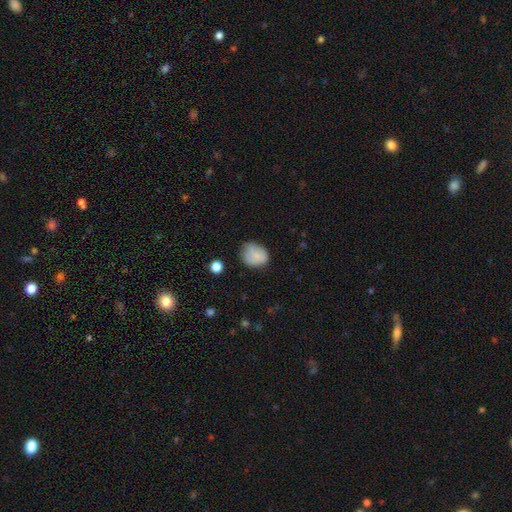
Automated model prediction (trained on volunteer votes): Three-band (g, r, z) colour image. It shows a smooth galaxy with no disk features (79%) that is round (54%). Merging: none (61%).